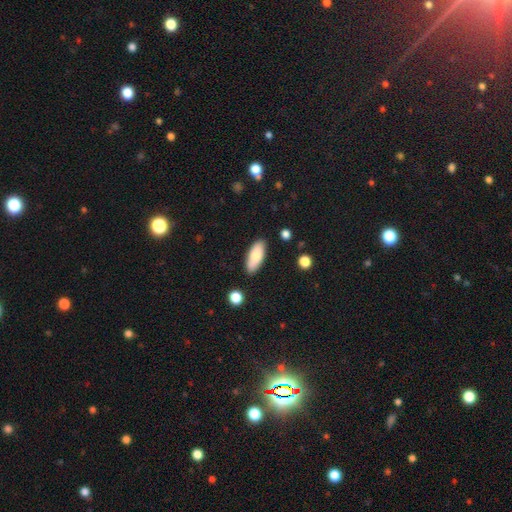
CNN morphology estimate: Overall: smooth (79%). How rounded: in between (80%). Merging: none (84%).